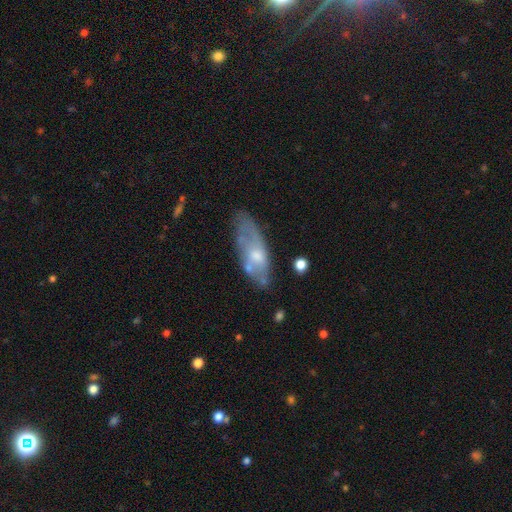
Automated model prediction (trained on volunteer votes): smooth_or_featured: featured or disk (p=0.52) [alt: smooth p=0.41]
disk_edge_on: no (p=0.77) [alt: yes p=0.23]
merging: none (p=0.58) [alt: minor disturbance p=0.26]